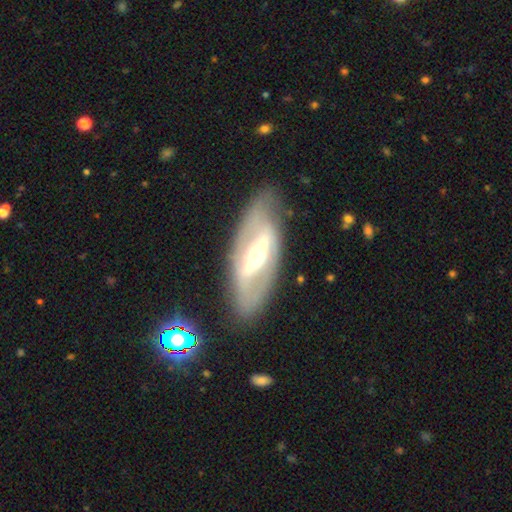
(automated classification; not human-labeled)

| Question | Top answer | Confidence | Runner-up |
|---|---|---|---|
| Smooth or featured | featured or disk | 75% | smooth (19%) |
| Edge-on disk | no | 85% | yes (15%) |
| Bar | strong | 58% | weak (27%) |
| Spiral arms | yes | 54% | no (46%) |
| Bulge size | moderate | 65% | small (23%) |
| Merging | none | 78% | minor disturbance (14%) |